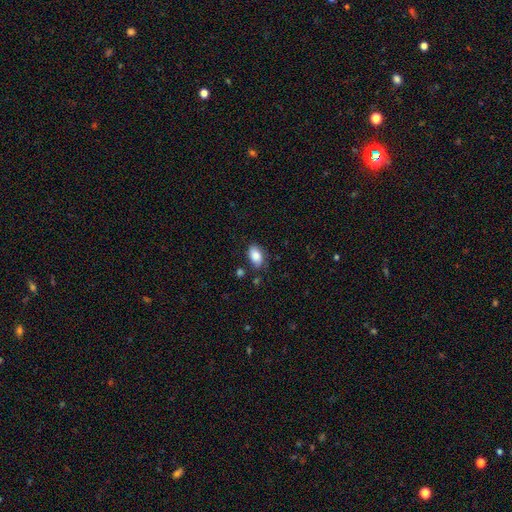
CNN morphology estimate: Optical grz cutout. It shows a smooth galaxy with no disk features (86%) that is in between round and cigar-shaped (92%). Merging: none (76%).